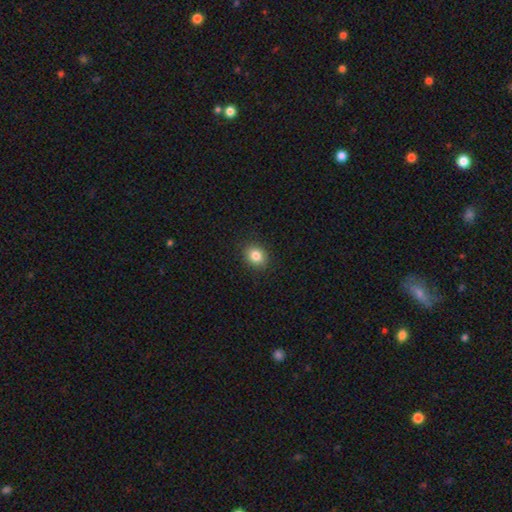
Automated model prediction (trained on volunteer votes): smooth-or-featured: smooth: 84% | star or artifact: 10% | featured or disk: 6%
  how-rounded: round: 58% | in between: 41% | cigar-shaped: 1%
  merging: none: 90% | minor disturbance: 7% | major disturbance: 2% | merger: 1%